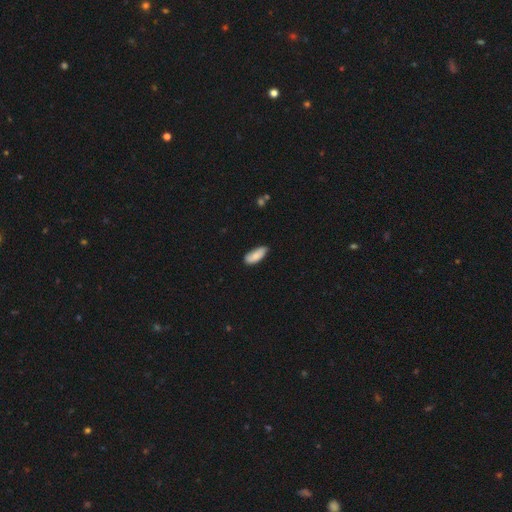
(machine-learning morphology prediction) Smooth or featured?
  - smooth: 83% *
  - featured or disk: 11%
  - star or artifact: 6%
How rounded?
  - in between: 79% *
  - cigar-shaped: 19%
  - round: 2%
Merging?
  - none: 70% *
  - minor disturbance: 24%
  - major disturbance: 3%
  - merger: 2%